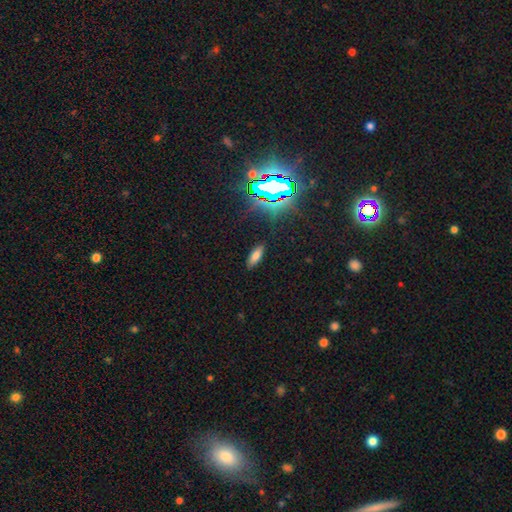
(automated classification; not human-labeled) A smooth galaxy with no disk features (69%) that is in between round and cigar-shaped (71%).

Vote fractions:
- Smooth or featured? smooth: 69% / star or artifact: 21% / featured or disk: 10%
- How rounded? in between: 71% / cigar-shaped: 26% / round: 3%
- Merging? none: 88% / minor disturbance: 8% / major disturbance: 2% / merger: 1%